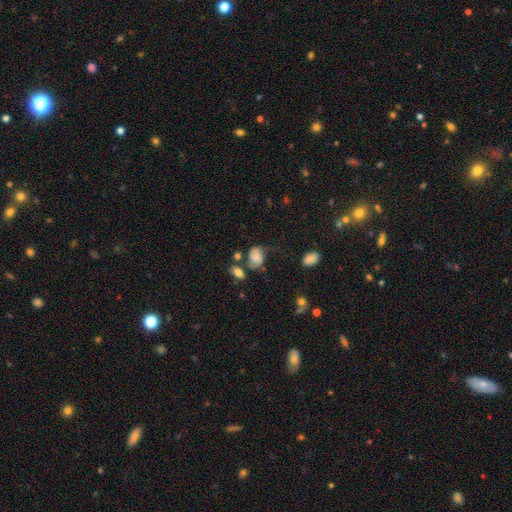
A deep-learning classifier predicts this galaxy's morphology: type=smooth (69%); roundness=in between (74%); merging=none (40%).